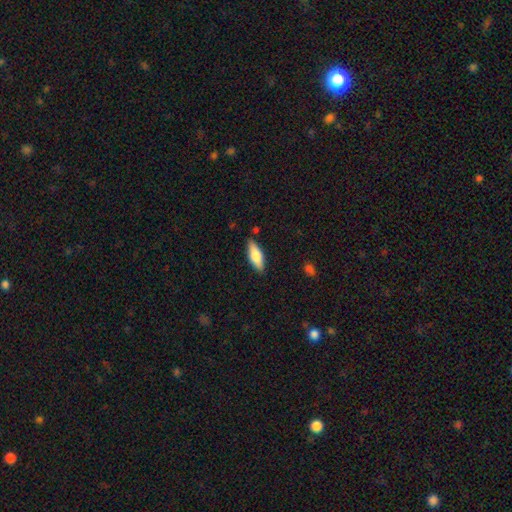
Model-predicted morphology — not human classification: Smooth or featured?
  - smooth: 68% *
  - featured or disk: 26%
  - star or artifact: 6%
How rounded?
  - in between: 64% *
  - cigar-shaped: 34%
  - round: 2%
Merging?
  - none: 85% *
  - minor disturbance: 11%
  - major disturbance: 2%
  - merger: 2%